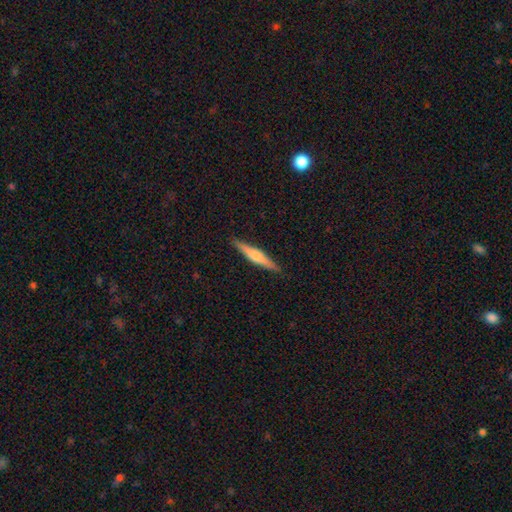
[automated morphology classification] featured or disk 53%, smooth 41%, star or artifact 6%. Down the decision tree: edge-on disk — yes (97%); edge-on bulge — rounded (78%); merging — none (91%).